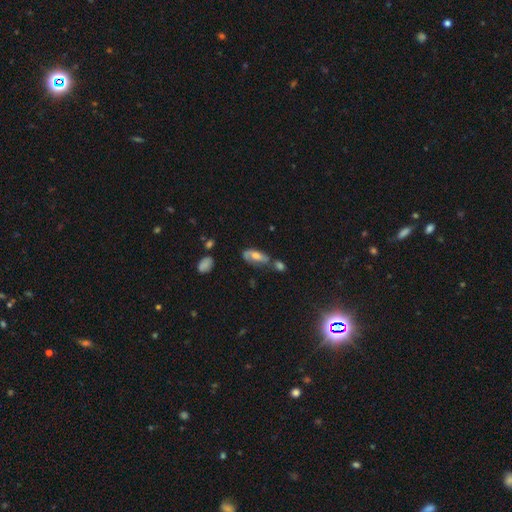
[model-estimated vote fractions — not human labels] A featured or disk galaxy (47%). Merging: none (44%).